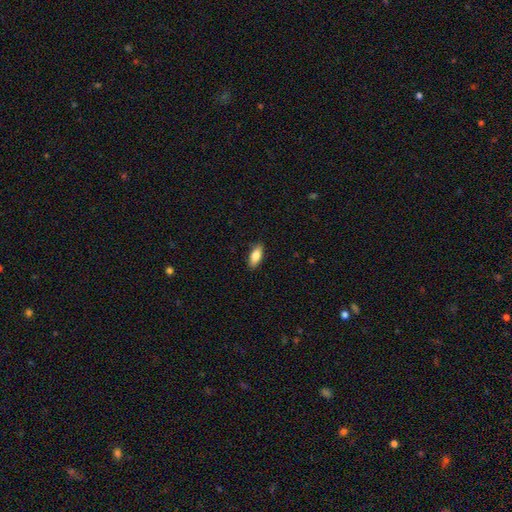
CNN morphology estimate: smooth-or-featured: smooth: 83% | featured or disk: 11% | star or artifact: 6%
  how-rounded: in between: 82% | cigar-shaped: 16% | round: 2%
  merging: none: 88% | minor disturbance: 9% | major disturbance: 2% | merger: 1%